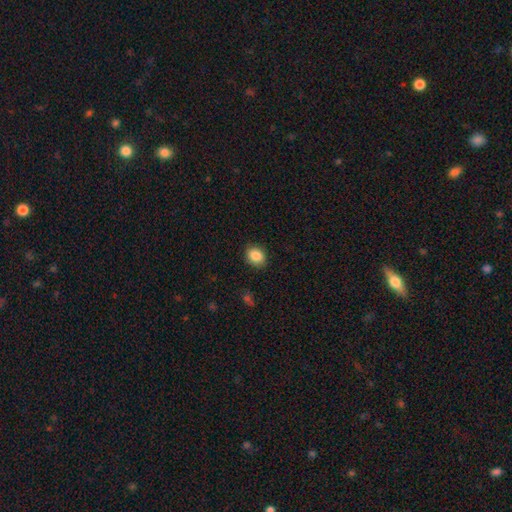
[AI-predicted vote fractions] Smooth or featured?
  - smooth: 86% *
  - star or artifact: 9%
  - featured or disk: 5%
How rounded?
  - round: 55% *
  - in between: 44%
  - cigar-shaped: 1%
Merging?
  - none: 89% *
  - minor disturbance: 8%
  - major disturbance: 2%
  - merger: 1%